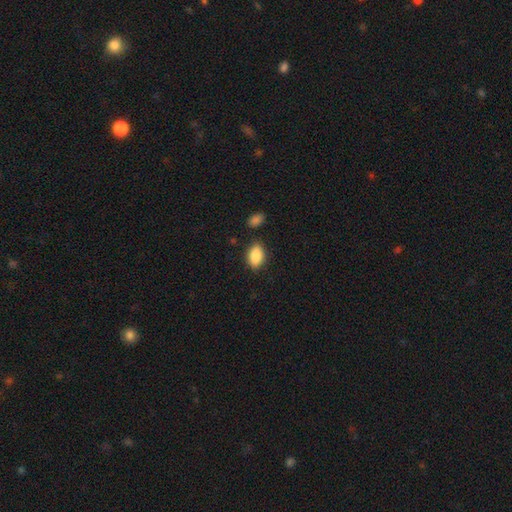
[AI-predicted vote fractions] Smooth or featured? smooth (88%)
How rounded? in between (90%)
Merging? none (82%)